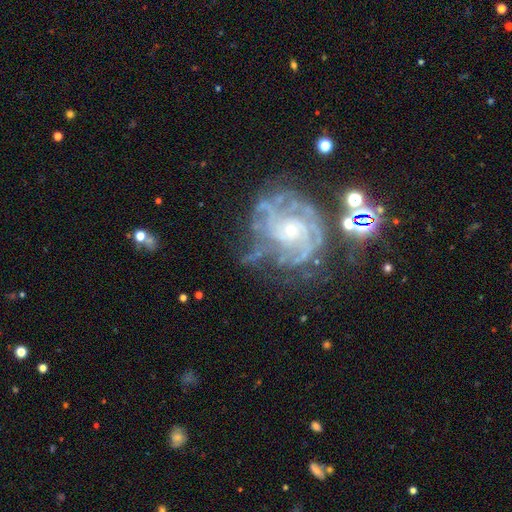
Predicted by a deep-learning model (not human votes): This appears to be a featured or disk galaxy (86%) with no bar (78%), tight (64%) spiral arms (94%) and a small central bulge (77%). Merging: none (55%).